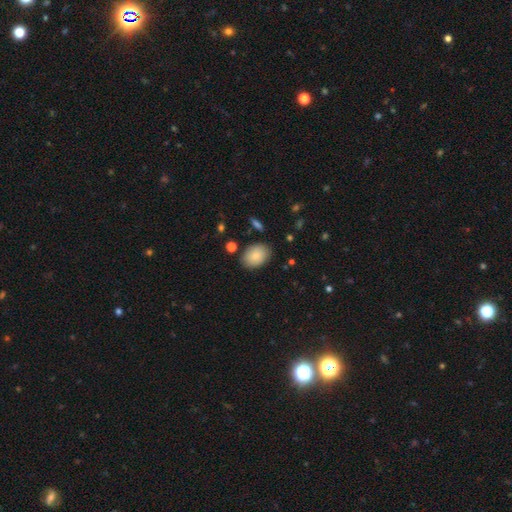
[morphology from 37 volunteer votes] A smooth galaxy with no disk features (70%) that is in between round and cigar-shaped (88%). Merging: none (88%).